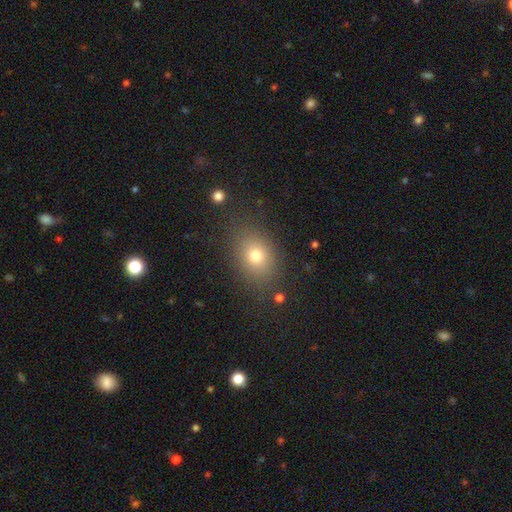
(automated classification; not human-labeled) The model was most divided on "how rounded": in between: 63%, round: 35%, cigar-shaped: 2%. More confident: merging — none (81%); smooth or featured — smooth (74%).